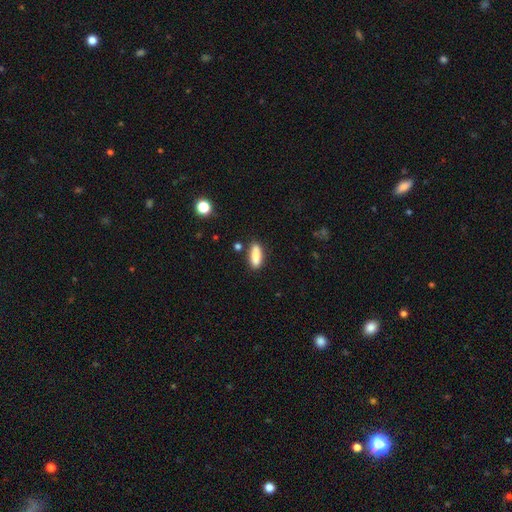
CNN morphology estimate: Smooth or featured? smooth (82%)
How rounded? in between (62%)
Merging? none (80%)